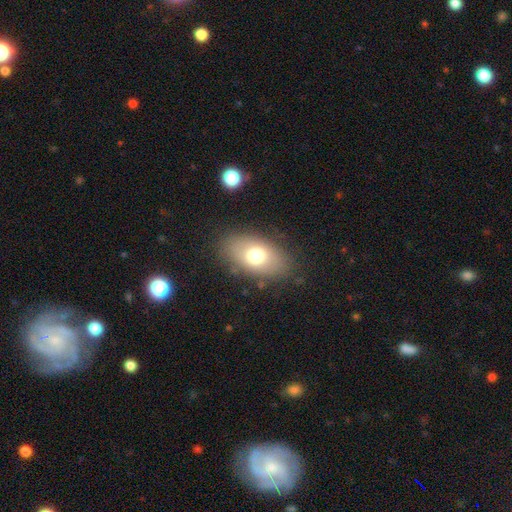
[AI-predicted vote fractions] smooth 71%, featured or disk 20%, star or artifact 10%. Down the decision tree: how rounded — in between (88%); merging — none (82%).